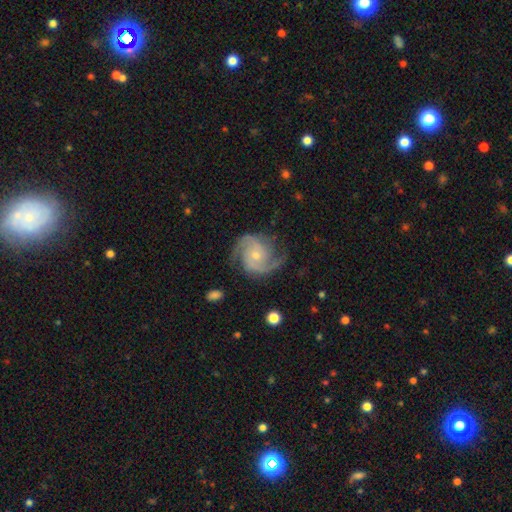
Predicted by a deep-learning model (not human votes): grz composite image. It shows a featured or disk galaxy (91%) with no bar (65%), 2 (81%) medium (55%) spiral arms (98%) and a small central bulge (52%). Merging: none (76%).